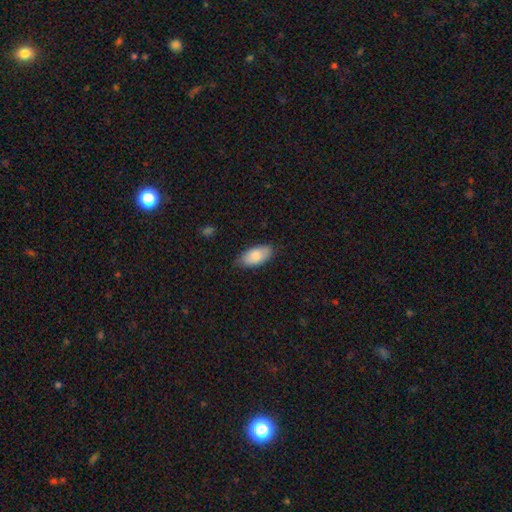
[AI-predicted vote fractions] Smooth or featured: smooth — 83% (featured or disk — 11%)
How rounded: in between — 93% (cigar-shaped — 5%)
Merging: none — 77% (minor disturbance — 19%)